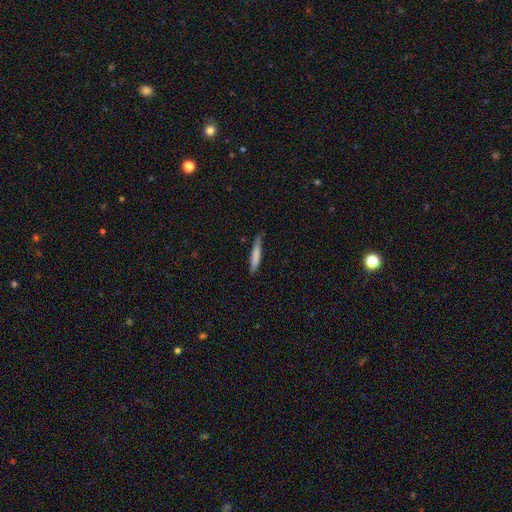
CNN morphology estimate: type=smooth (75%); roundness=cigar-shaped (92%); merging=none (79%).